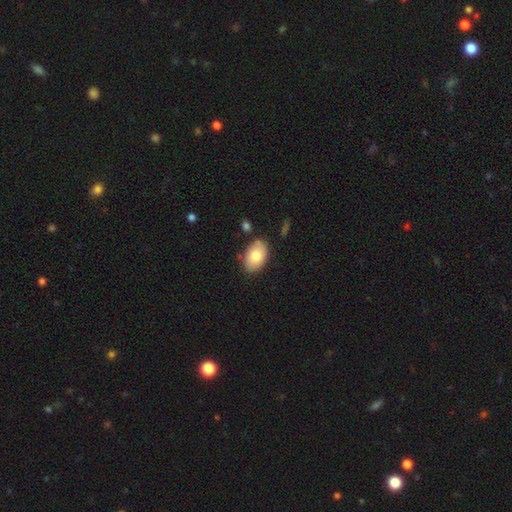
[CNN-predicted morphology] smooth_or_featured: smooth (p=0.79) [alt: featured or disk p=0.15]
how_rounded: in between (p=0.91) [alt: round p=0.08]
merging: none (p=0.81) [alt: minor disturbance p=0.13]